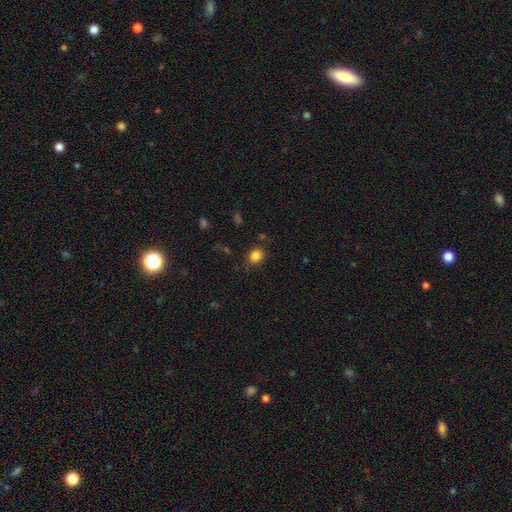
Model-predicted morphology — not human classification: This is clearly a smooth galaxy (84%). How rounded: likely round (73%). Merging: clearly none (85%).